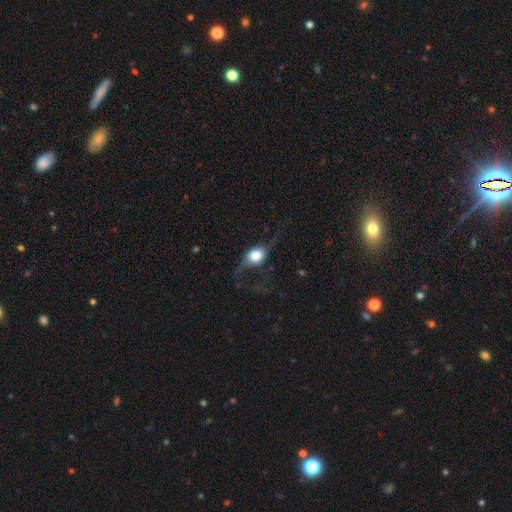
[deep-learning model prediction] Smooth or featured?
  - featured or disk: 47% *
  - smooth: 45%
  - star or artifact: 8%
Merging?
  - none: 46% *
  - major disturbance: 32%
  - minor disturbance: 20%
  - merger: 3%